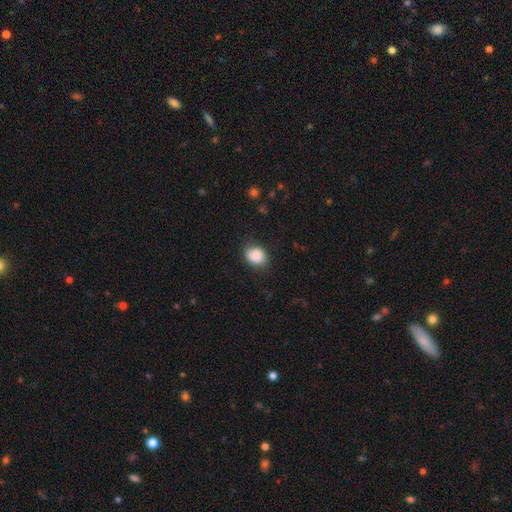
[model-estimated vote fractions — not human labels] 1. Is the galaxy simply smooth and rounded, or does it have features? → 87% smooth, 8% star or artifact, 5% featured or disk.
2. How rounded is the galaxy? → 52% round, 47% in between, 1% cigar-shaped.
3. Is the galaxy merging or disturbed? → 75% none, 18% minor disturbance, 5% major disturbance, 1% merger.